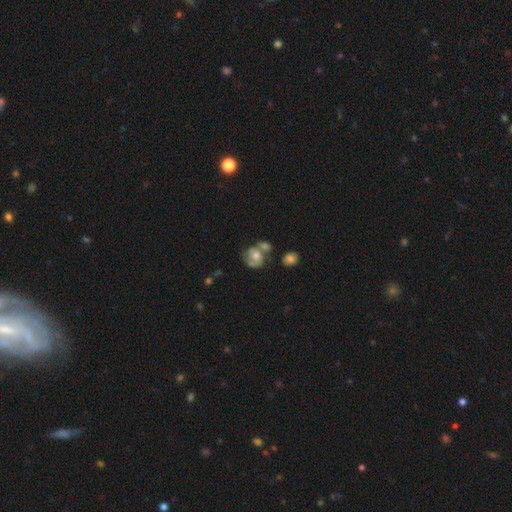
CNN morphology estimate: This appears to be a featured or disk galaxy (46%). Merging: none (38%).